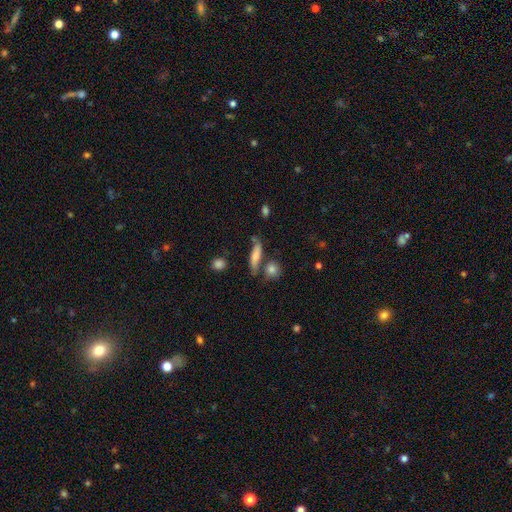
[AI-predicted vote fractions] This is likely a smooth galaxy (61%). How rounded: possibly cigar-shaped (59%). Merging: likely none (62%).